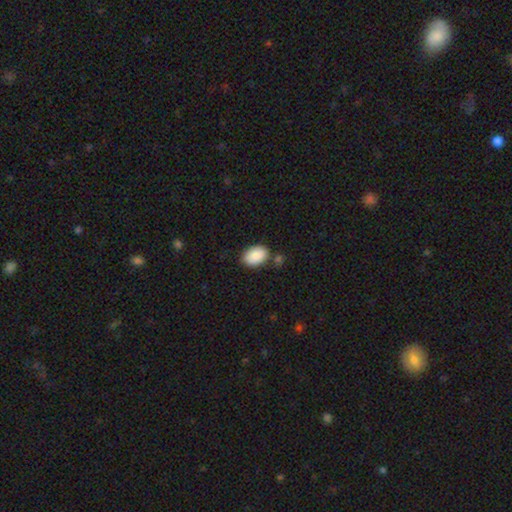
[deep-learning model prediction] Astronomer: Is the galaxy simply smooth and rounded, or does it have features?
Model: smooth — 89%.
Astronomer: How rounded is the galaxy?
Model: in between — 87%.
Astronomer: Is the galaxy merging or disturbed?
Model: none — 72%.